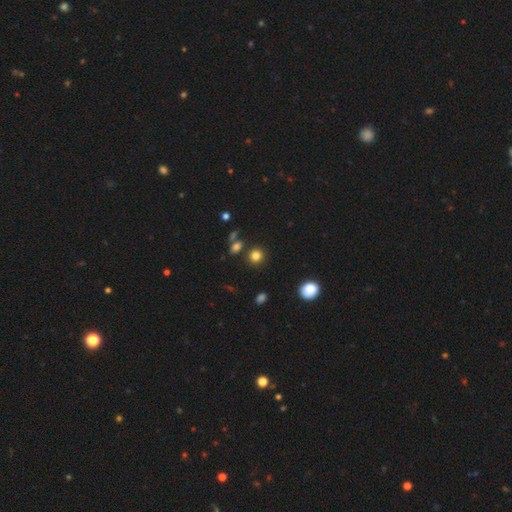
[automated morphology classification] A smooth galaxy with no disk features (82%) that is round (87%).

Vote fractions:
- Smooth or featured? smooth: 82% / star or artifact: 13% / featured or disk: 5%
- How rounded? round: 87% / in between: 12% / cigar-shaped: 1%
- Merging? none: 83% / minor disturbance: 8% / merger: 7% / major disturbance: 3%